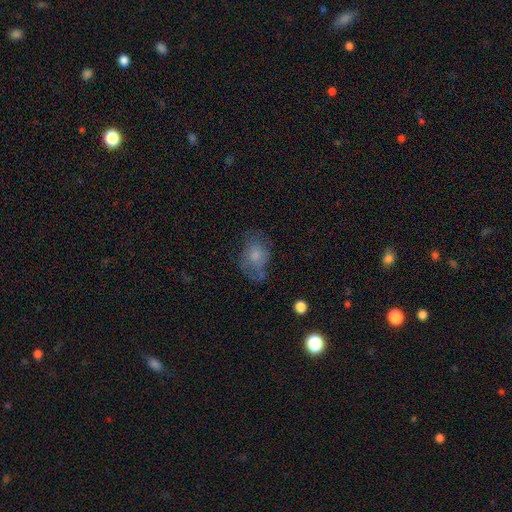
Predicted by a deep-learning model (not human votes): smooth-or-featured: smooth: 59% | featured or disk: 30% | star or artifact: 11%
  how-rounded: in between: 71% | round: 28% | cigar-shaped: 1%
  merging: none: 47% | minor disturbance: 28% | major disturbance: 22% | merger: 3%